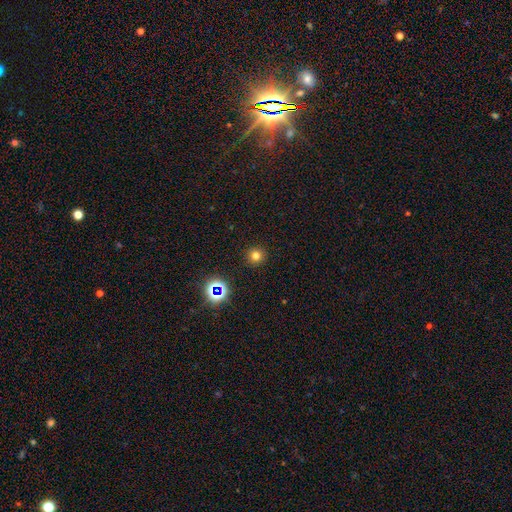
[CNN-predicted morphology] smooth_or_featured: smooth (p=0.73) [alt: star or artifact p=0.20]
how_rounded: round (p=0.94) [alt: in between p=0.05]
merging: none (p=0.91) [alt: minor disturbance p=0.05]